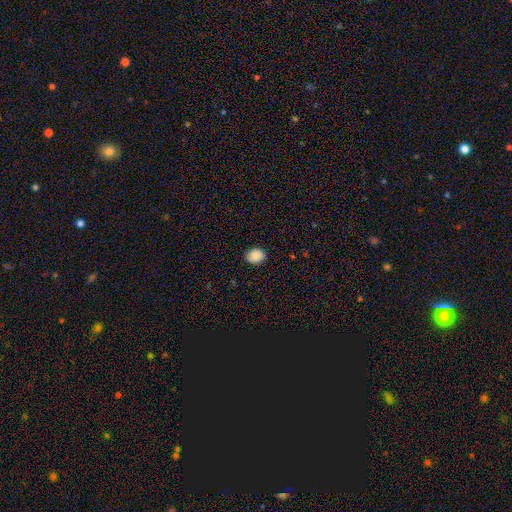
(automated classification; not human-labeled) Morphology: type=smooth (89%); roundness=round (58%); merging=none (90%).